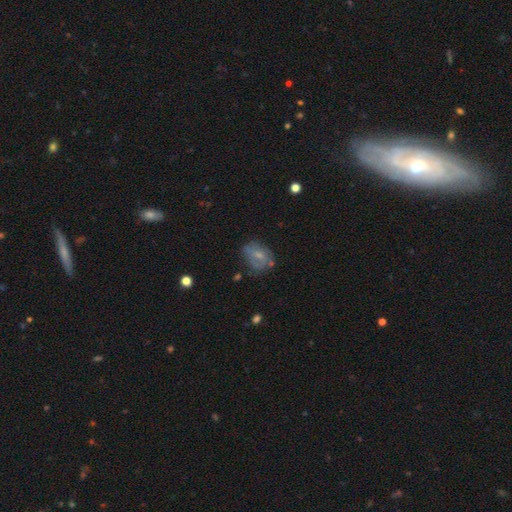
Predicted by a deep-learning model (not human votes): smooth-or-featured: smooth: 42% | featured or disk: 41% | star or artifact: 16%
  merging: none: 64% | minor disturbance: 23% | major disturbance: 10% | merger: 3%